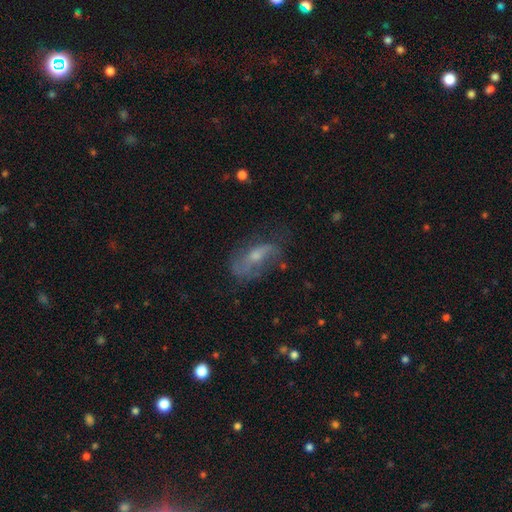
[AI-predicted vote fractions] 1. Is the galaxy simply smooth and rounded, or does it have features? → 54% featured or disk, 34% smooth, 12% star or artifact.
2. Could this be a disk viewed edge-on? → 89% no, 11% yes.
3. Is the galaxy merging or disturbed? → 51% none, 26% minor disturbance, 21% major disturbance, 3% merger.